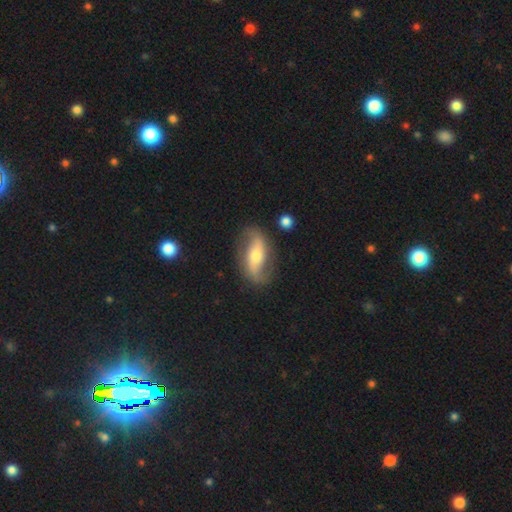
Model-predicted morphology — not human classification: Smooth or featured? featured or disk (75%)
Edge-on disk? no (91%)
Bar? strong (40%)
Spiral arms? yes (90%)
Spiral winding? loose (64%)
Spiral arm count? 2 (91%)
Bulge size? moderate (55%)
Merging? none (79%)